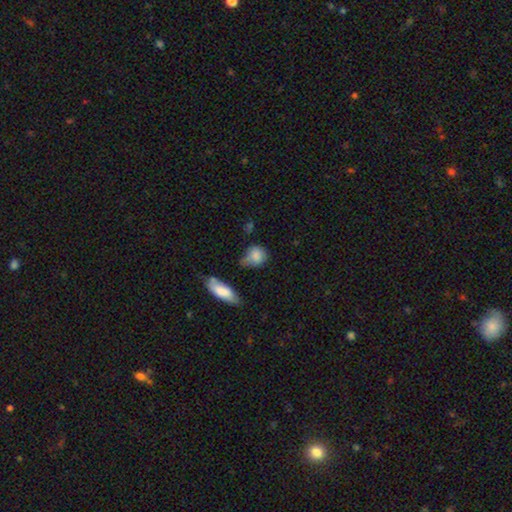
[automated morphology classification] This appears to be a smooth galaxy with no disk features (81%) that is round (52%). Merging: none (42%).